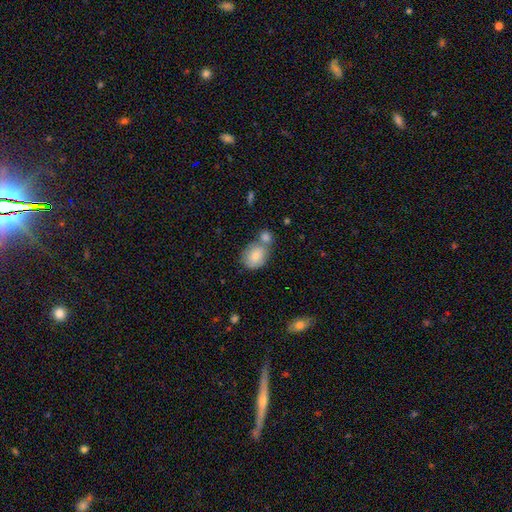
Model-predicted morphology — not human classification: Smooth or featured? Predicted: smooth (p=0.81). How rounded? Predicted: in between (p=0.66). Merging? Predicted: merger (p=0.42).